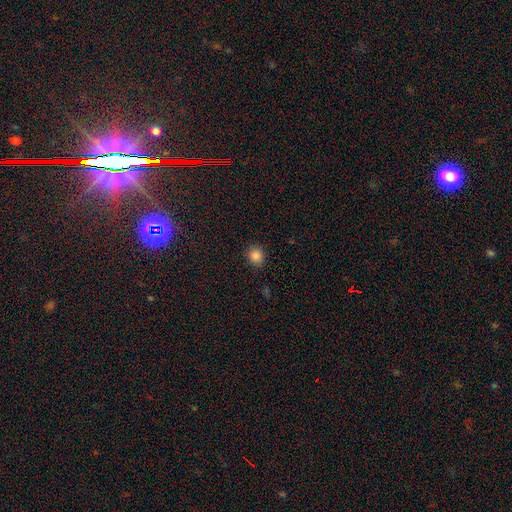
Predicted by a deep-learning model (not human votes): The model was most divided on "how rounded": round: 77%, in between: 22%, cigar-shaped: 1%. More confident: merging — none (87%); smooth or featured — smooth (85%).